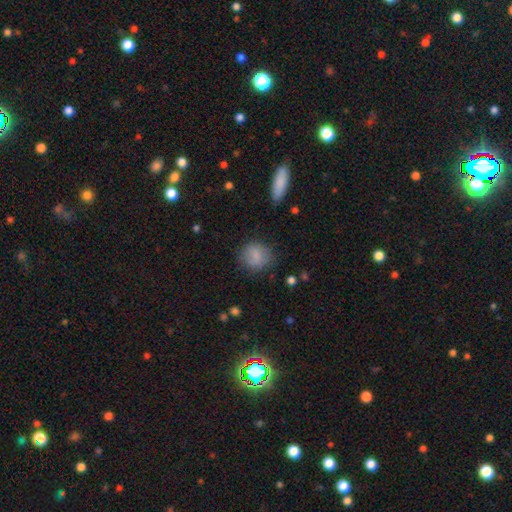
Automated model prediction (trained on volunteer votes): Overall: smooth (82%). How rounded: round (81%). Merging: none (76%).